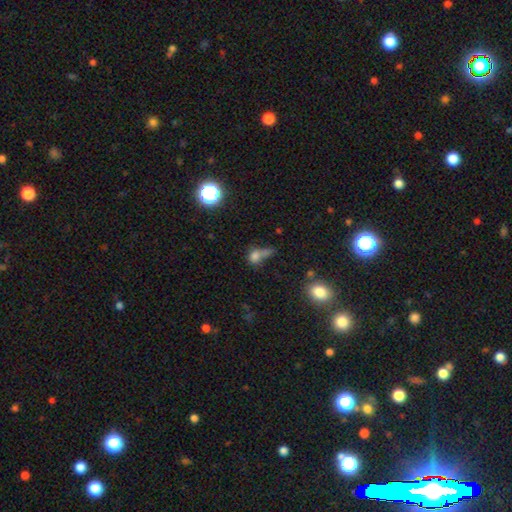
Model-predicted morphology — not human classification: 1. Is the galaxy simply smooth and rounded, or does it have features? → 69% smooth, 19% star or artifact, 12% featured or disk.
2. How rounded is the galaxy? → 56% round, 38% in between, 6% cigar-shaped.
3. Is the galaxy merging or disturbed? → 38% merger, 30% none, 16% major disturbance, 16% minor disturbance.